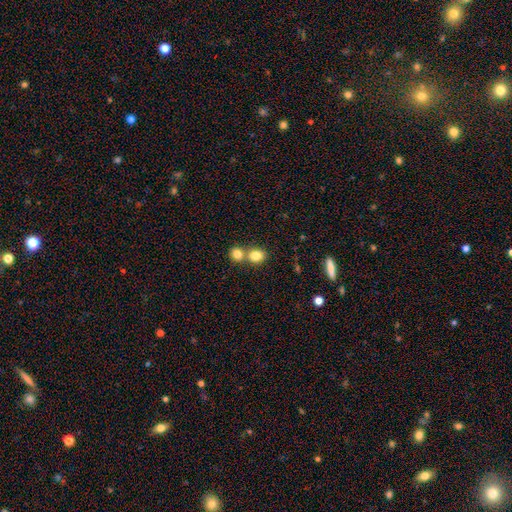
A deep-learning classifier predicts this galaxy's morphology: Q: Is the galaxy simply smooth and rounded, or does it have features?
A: smooth — 82%.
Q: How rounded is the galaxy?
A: round — 58%.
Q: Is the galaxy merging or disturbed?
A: merger — 47%.